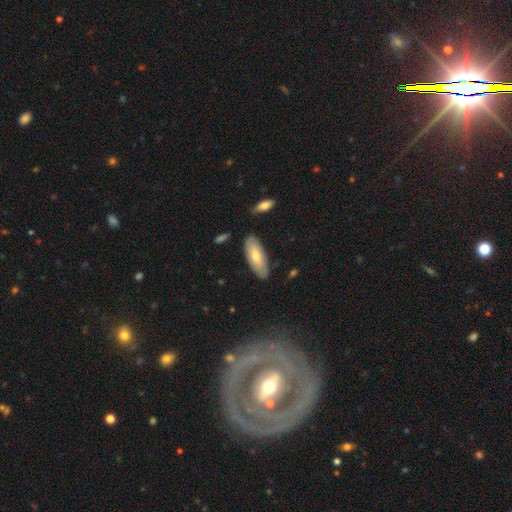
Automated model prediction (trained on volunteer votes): Overall: smooth (63%; featured or disk 30%). How rounded: in between (73%). Merging: none (81%).